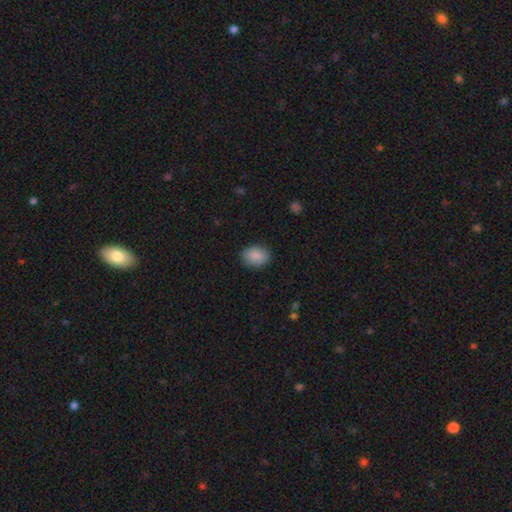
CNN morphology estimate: Smooth or featured? smooth (88%)
How rounded? in between (64%)
Merging? none (86%)